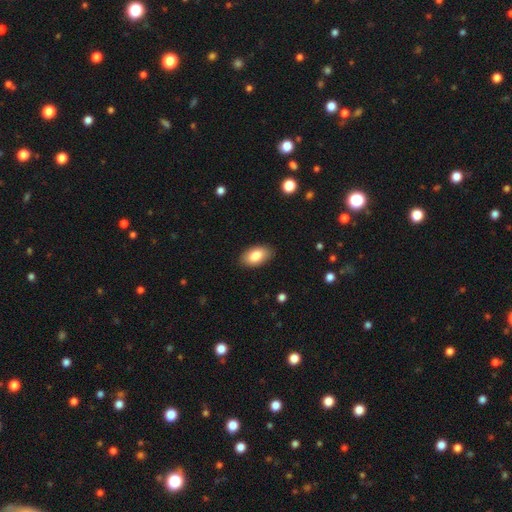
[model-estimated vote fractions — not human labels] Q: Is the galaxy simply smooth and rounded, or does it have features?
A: smooth — 84%.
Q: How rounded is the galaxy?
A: in between — 94%.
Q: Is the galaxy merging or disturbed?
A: none — 88%.